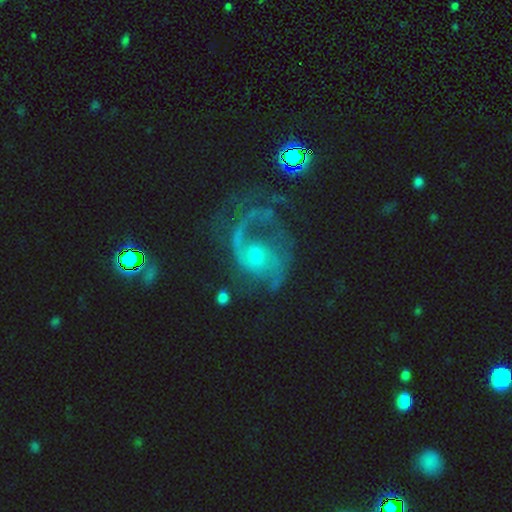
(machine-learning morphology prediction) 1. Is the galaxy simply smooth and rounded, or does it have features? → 85% featured or disk, 8% star or artifact, 7% smooth.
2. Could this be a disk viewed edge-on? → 98% no, 2% yes.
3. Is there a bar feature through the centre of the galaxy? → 66% no, 28% weak, 6% strong.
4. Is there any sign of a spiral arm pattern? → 92% yes, 8% no.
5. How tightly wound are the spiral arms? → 48% medium, 34% loose, 18% tight.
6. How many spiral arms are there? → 59% 2, 17% 1, 11% can't tell, 6% 3, 3% 4, 3% more than 4.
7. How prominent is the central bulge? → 55% small, 38% moderate, 3% none, 3% large, 1% dominant.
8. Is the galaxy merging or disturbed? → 43% none, 34% major disturbance, 19% minor disturbance, 5% merger.